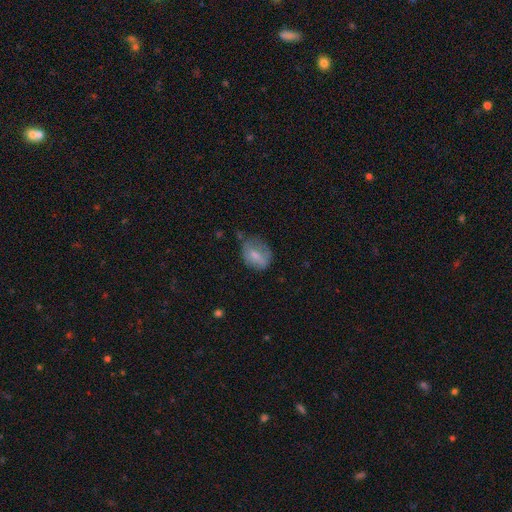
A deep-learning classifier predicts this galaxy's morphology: Smooth or featured? Predicted: smooth (p=0.66). How rounded? Predicted: in between (p=0.63). Merging? Predicted: none (p=0.46).